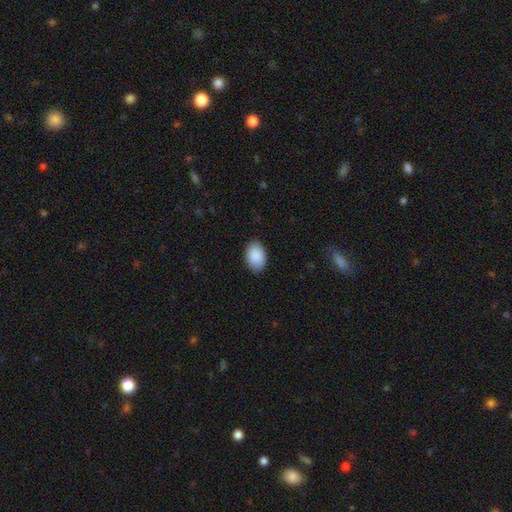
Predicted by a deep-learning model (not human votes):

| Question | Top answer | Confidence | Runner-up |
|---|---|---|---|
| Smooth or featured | smooth | 91% | star or artifact (6%) |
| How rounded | in between | 87% | round (11%) |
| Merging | none | 87% | minor disturbance (10%) |